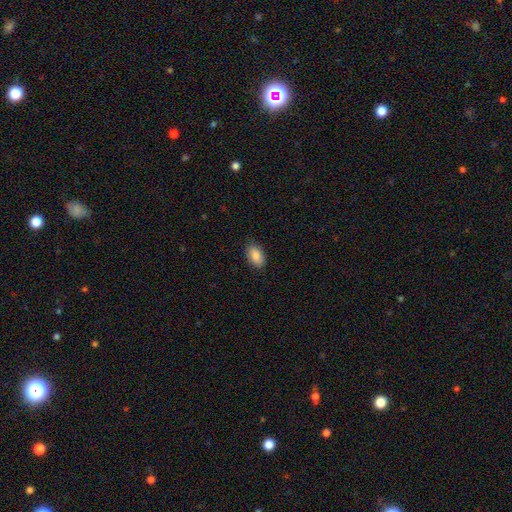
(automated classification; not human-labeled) smooth_or_featured: smooth (p=0.88) [alt: star or artifact p=0.07]
how_rounded: in between (p=0.92) [alt: round p=0.06]
merging: none (p=0.88) [alt: minor disturbance p=0.09]